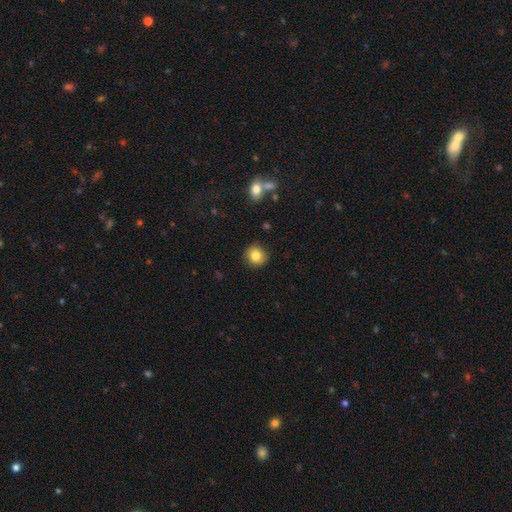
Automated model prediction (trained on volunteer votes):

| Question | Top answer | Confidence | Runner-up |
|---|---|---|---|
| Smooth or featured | smooth | 83% | star or artifact (10%) |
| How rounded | round | 88% | in between (11%) |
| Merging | none | 90% | minor disturbance (7%) |